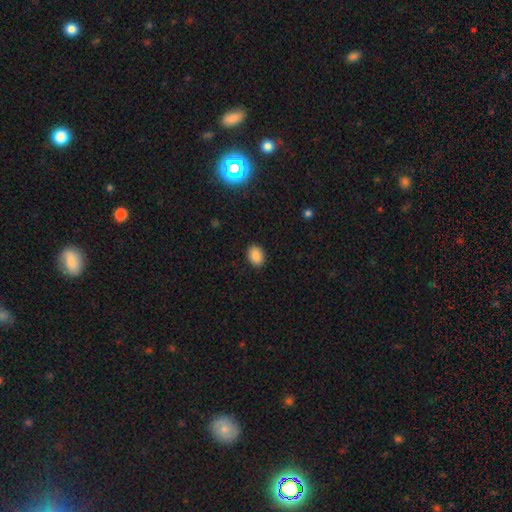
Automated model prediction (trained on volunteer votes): A smooth galaxy with no disk features (88%) that is in between round and cigar-shaped (70%). Merging: none (89%).